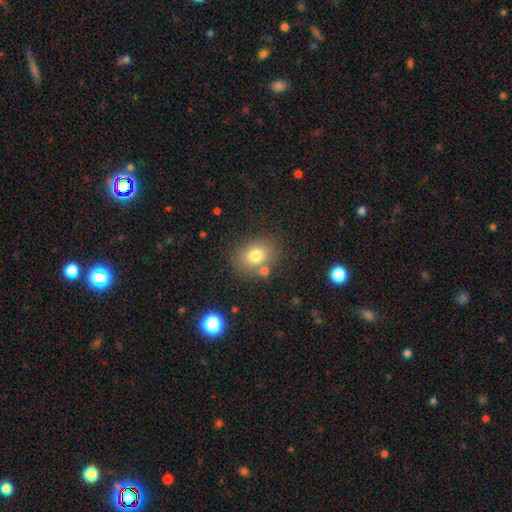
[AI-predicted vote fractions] Smooth or featured?
  - smooth: 77% *
  - star or artifact: 12%
  - featured or disk: 11%
How rounded?
  - in between: 53% *
  - round: 46%
  - cigar-shaped: 1%
Merging?
  - none: 71% *
  - minor disturbance: 13%
  - merger: 11%
  - major disturbance: 4%